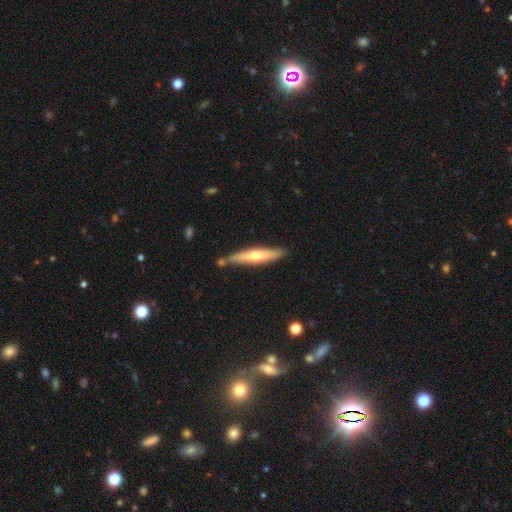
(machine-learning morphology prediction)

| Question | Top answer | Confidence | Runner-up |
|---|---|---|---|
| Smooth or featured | smooth | 48% | featured or disk (47%) |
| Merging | none | 76% | minor disturbance (14%) |